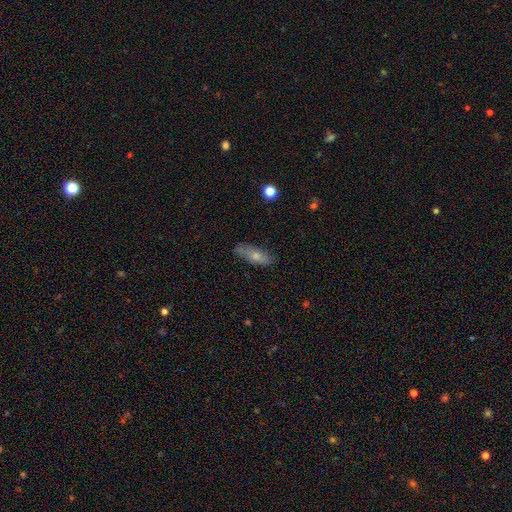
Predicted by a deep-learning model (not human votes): The model was most divided on "smooth or featured": smooth: 47%, featured or disk: 43%, star or artifact: 10%. More confident: merging — none (80%).